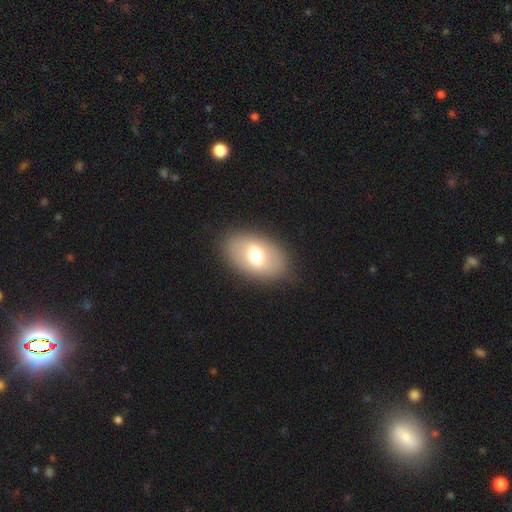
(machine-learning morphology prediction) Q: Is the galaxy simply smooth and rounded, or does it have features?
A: smooth — 64%.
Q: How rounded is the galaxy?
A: in between — 88%.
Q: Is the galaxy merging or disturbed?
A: none — 85%.